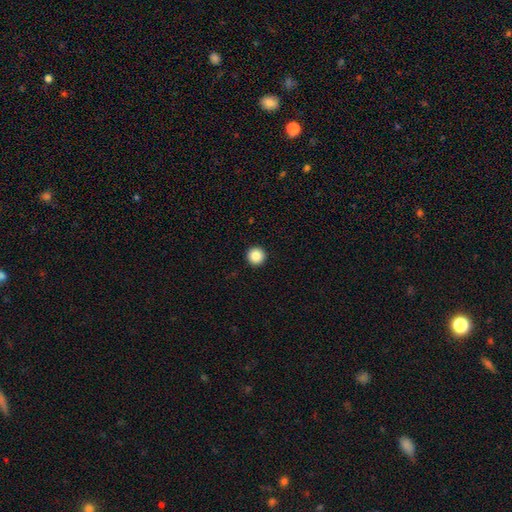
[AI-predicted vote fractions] Smooth or featured? smooth (87%)
How rounded? round (97%)
Merging? none (94%)